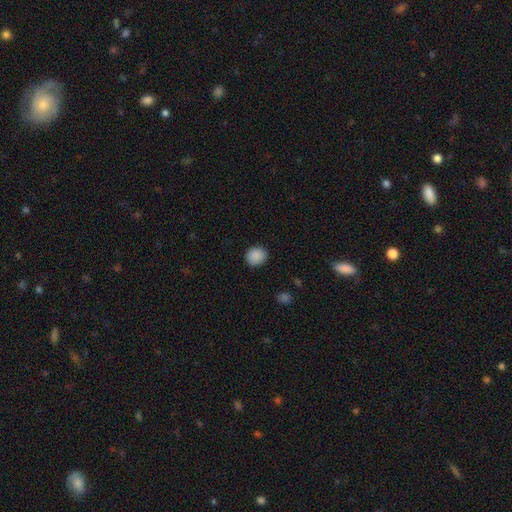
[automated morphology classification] Smooth or featured: smooth — 89% (star or artifact — 8%)
How rounded: round — 78% (in between — 21%)
Merging: none — 88% (minor disturbance — 8%)